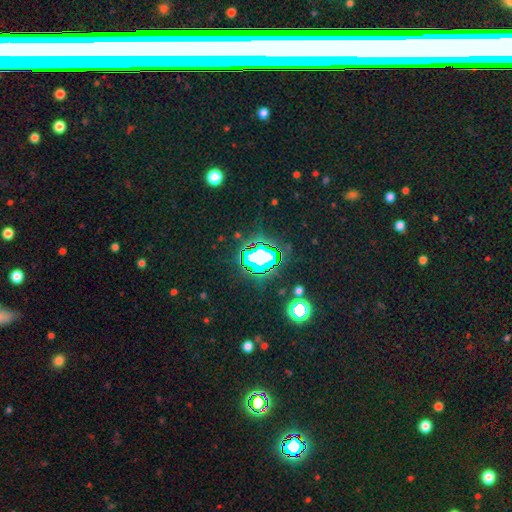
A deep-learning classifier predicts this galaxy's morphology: A star or artifact, not a galaxy (67%).